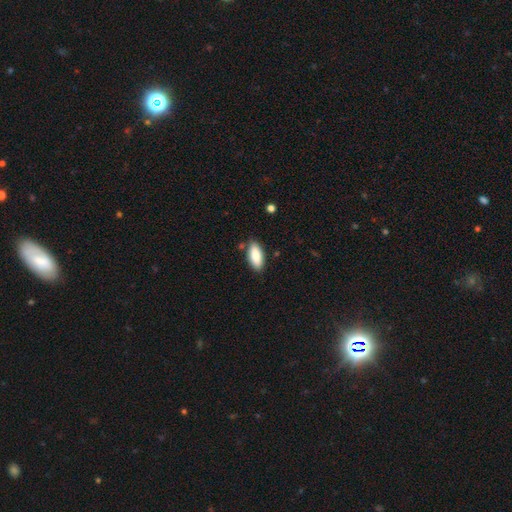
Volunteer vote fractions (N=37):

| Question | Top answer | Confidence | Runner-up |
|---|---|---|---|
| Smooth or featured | smooth | 89% | featured or disk (8%) |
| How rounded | in between | 70% | cigar-shaped (30%) |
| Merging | none | 78% | minor disturbance (17%) |